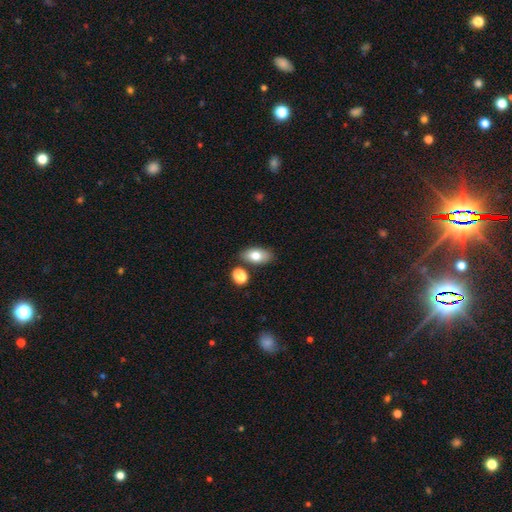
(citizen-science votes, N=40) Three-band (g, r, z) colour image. It shows a smooth galaxy with no disk features (72%) that is in between round and cigar-shaped (90%). Merging: none (78%).